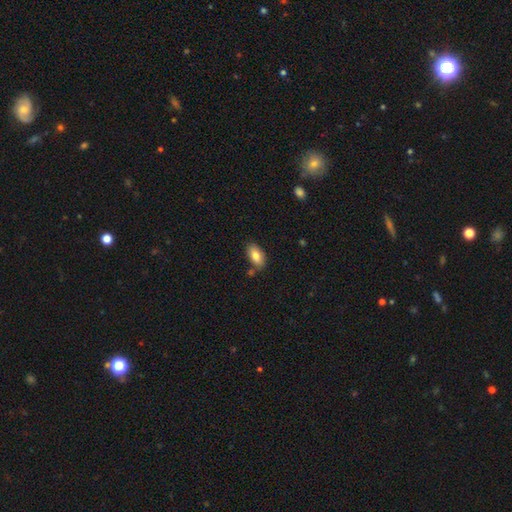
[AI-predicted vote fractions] smooth_or_featured: smooth (p=0.82) [alt: featured or disk p=0.11]
how_rounded: in between (p=0.92) [alt: cigar-shaped p=0.04]
merging: none (p=0.77) [alt: minor disturbance p=0.14]